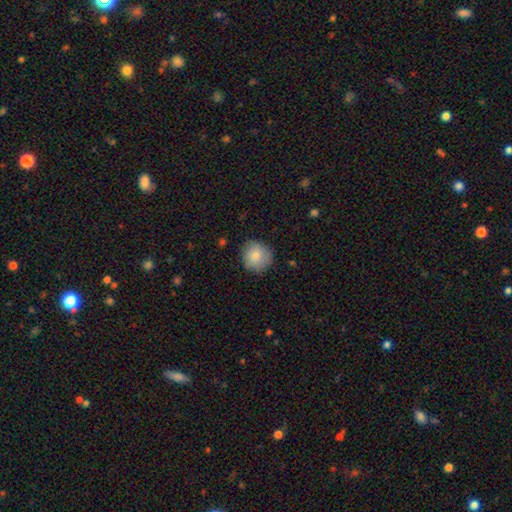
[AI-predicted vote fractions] This appears to be a smooth galaxy with no disk features (81%) that is round (91%). Merging: none (84%).